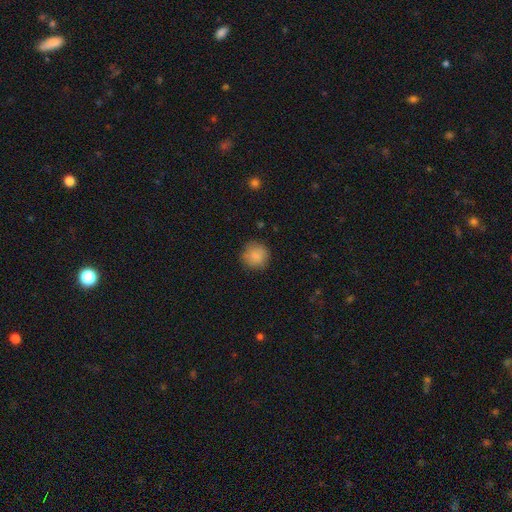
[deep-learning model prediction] smooth 86%, star or artifact 8%, featured or disk 6%. Down the decision tree: how rounded — round (93%); merging — none (85%).